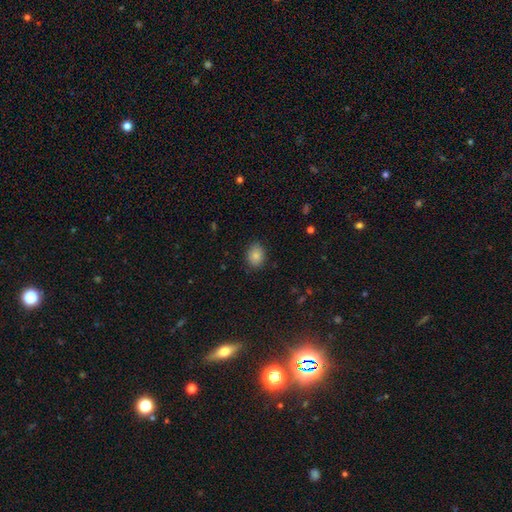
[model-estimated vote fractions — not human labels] smooth 85%, star or artifact 9%, featured or disk 6%. Down the decision tree: how rounded — in between (57%); merging — none (86%).